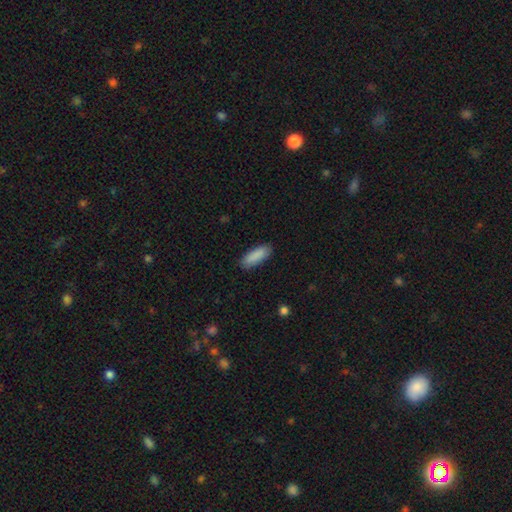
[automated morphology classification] Overall: smooth (90%). How rounded: in between (67%; cigar-shaped 32%). Merging: none (87%).